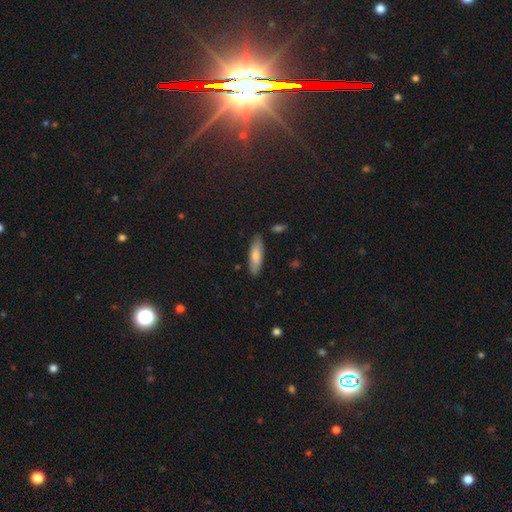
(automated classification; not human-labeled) Smooth or featured: smooth — 74% (featured or disk — 20%)
How rounded: cigar-shaped — 51% (in between — 47%)
Merging: none — 85% (minor disturbance — 11%)